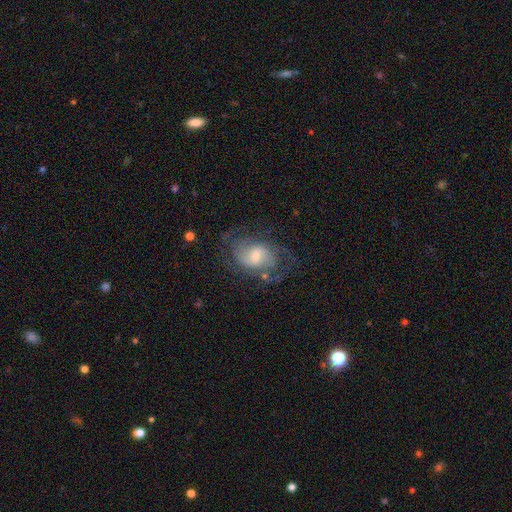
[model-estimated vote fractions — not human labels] A featured or disk galaxy (73%) with no bar (47%), 2 (47%) medium (46%) spiral arms (88%) and a moderate central bulge (48%). Merging: none (60%).